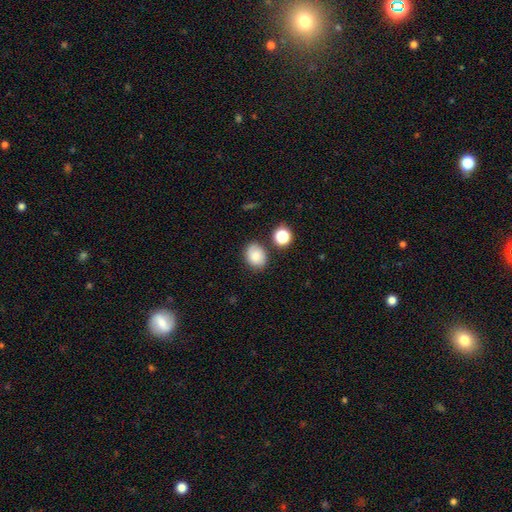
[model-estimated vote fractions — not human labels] This appears to be a smooth galaxy with no disk features (80%) that is in between round and cigar-shaped (53%). Merging: none (77%).